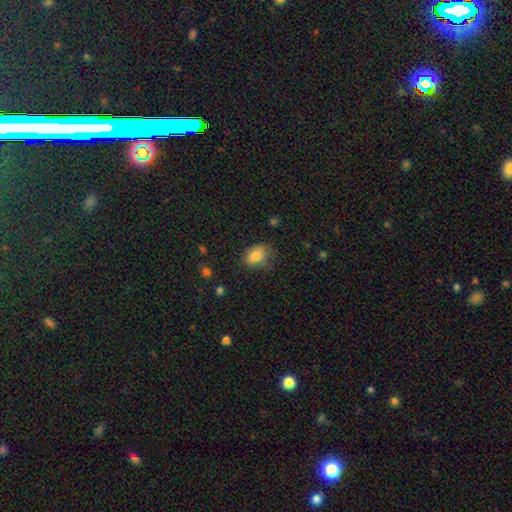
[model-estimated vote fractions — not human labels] Smooth or featured? Predicted: smooth (p=0.81). How rounded? Predicted: in between (p=0.73). Merging? Predicted: none (p=0.63).